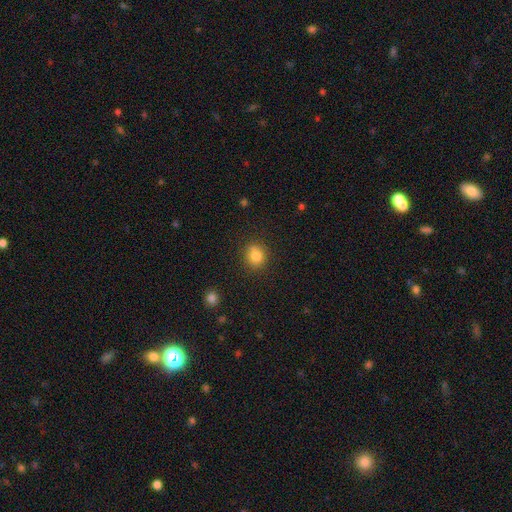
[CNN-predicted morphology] smooth_or_featured: smooth (p=0.83) [alt: star or artifact p=0.11]
how_rounded: round (p=0.75) [alt: in between p=0.24]
merging: none (p=0.82) [alt: minor disturbance p=0.12]